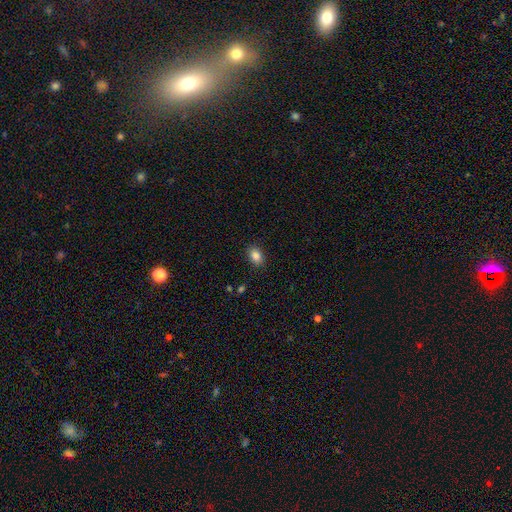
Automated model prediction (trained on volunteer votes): Q: Smooth or featured?
A: smooth (86%); runner-up: star or artifact (9%)
Q: How rounded?
A: in between (76%); runner-up: round (23%)
Q: Merging?
A: none (89%); runner-up: minor disturbance (8%)